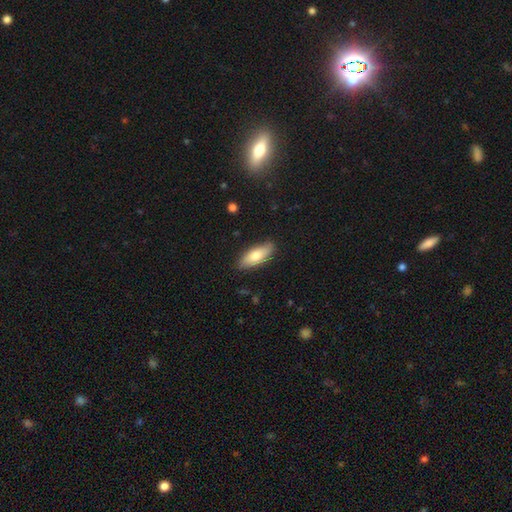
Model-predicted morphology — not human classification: type=smooth (74%); roundness=in between (76%); merging=none (85%).